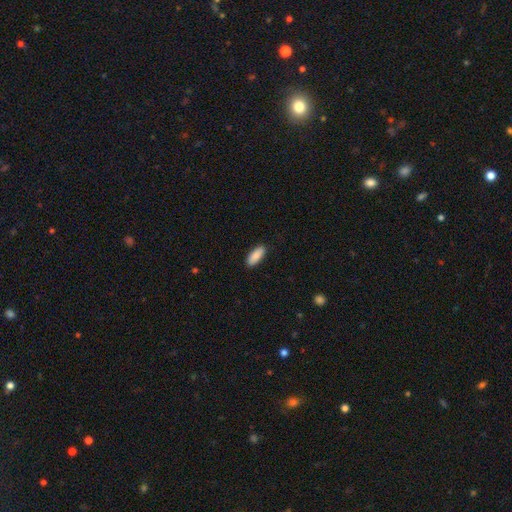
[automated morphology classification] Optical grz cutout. It shows a smooth galaxy with no disk features (90%) that is in between round and cigar-shaped (78%). Merging: none (89%).